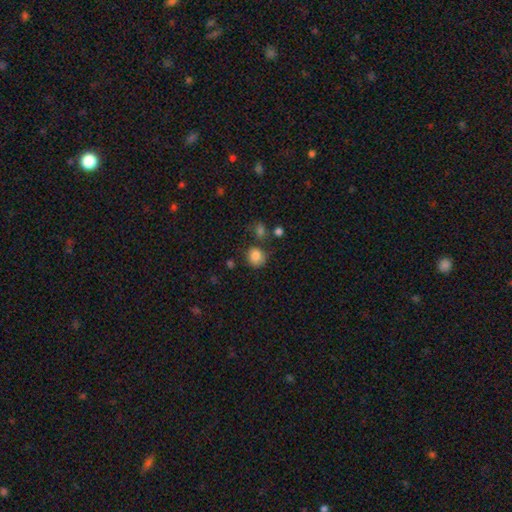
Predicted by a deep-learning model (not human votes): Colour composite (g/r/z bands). It shows a smooth galaxy with no disk features (83%) that is round (81%). Merging: none (71%).